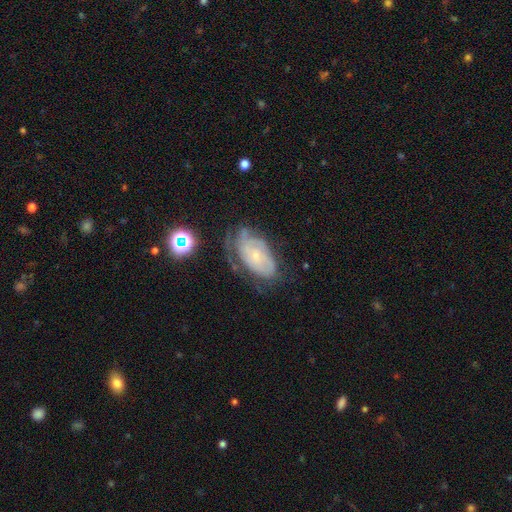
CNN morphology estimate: A featured or disk galaxy (69%) with no bar (78%), tight (65%) spiral arms (82%) and a small central bulge (74%).

Vote fractions:
- Smooth or featured? featured or disk: 69% / smooth: 22% / star or artifact: 9%
- Edge-on disk? no: 95% / yes: 5%
- Bar? no: 78% / weak: 18% / strong: 3%
- Spiral arms? yes: 82% / no: 18%
- Spiral winding? tight: 65% / medium: 26% / loose: 10%
- Spiral arm count? can't tell: 57% / 2: 17% / 3: 10% / 1: 6% / 4: 6% / more than 4: 4%
- Bulge size? small: 74% / moderate: 19% / none: 4% / large: 2% / dominant: 1%
- Merging? none: 50% / minor disturbance: 28% / major disturbance: 19% / merger: 3%